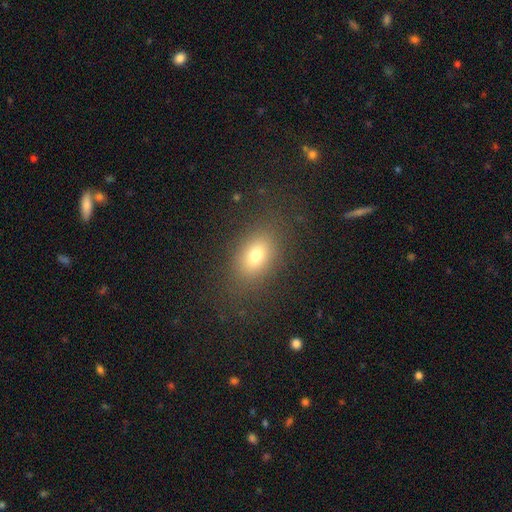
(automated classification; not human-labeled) Smooth or featured? Predicted: smooth (p=0.73). How rounded? Predicted: in between (p=0.78). Merging? Predicted: none (p=0.82).